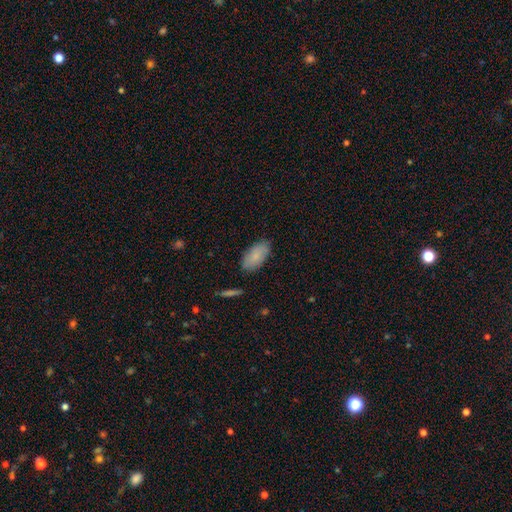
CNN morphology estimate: type=smooth (83%); roundness=in between (93%); merging=none (85%).